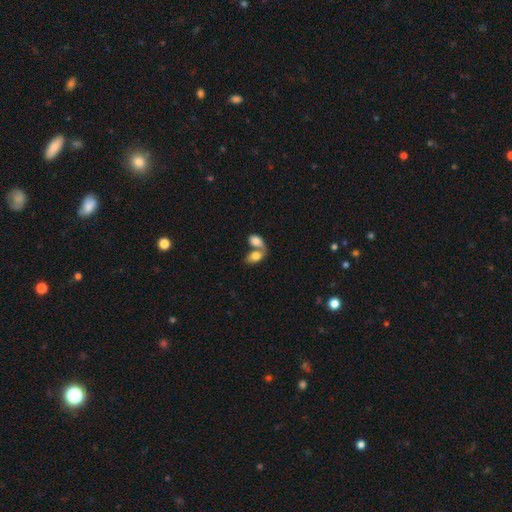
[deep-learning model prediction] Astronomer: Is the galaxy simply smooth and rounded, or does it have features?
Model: smooth — 77%.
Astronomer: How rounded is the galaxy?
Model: in between — 86%.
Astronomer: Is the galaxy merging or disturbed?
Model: merger — 73%.